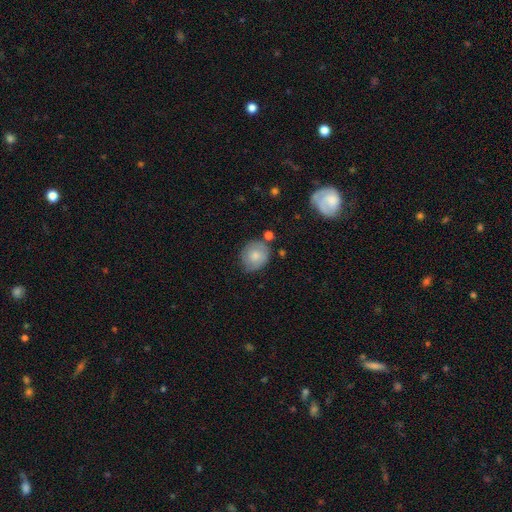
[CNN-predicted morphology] Smooth or featured? smooth (75%)
How rounded? round (75%)
Merging? none (69%)